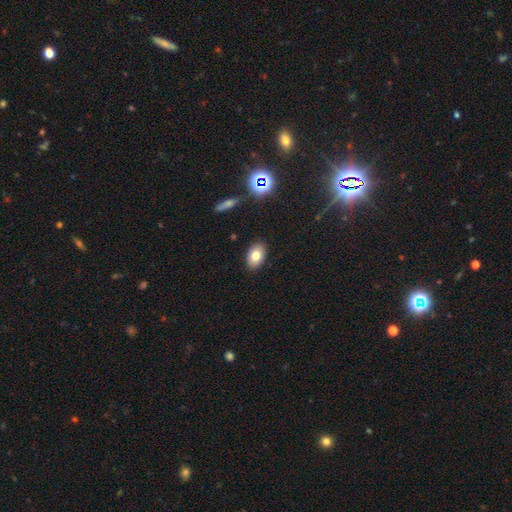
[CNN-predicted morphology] Smooth or featured?
  - smooth: 78% *
  - featured or disk: 12%
  - star or artifact: 10%
How rounded?
  - in between: 88% *
  - round: 11%
  - cigar-shaped: 1%
Merging?
  - none: 88% *
  - minor disturbance: 8%
  - major disturbance: 2%
  - merger: 1%